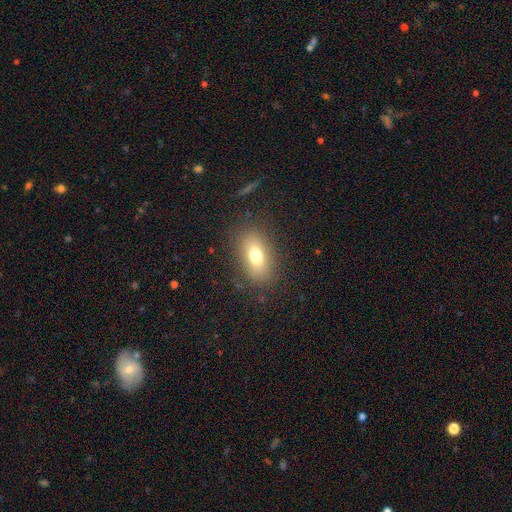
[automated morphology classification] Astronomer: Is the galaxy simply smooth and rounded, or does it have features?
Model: smooth — 74%.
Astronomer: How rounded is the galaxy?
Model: in between — 85%.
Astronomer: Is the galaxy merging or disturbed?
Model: none — 84%.